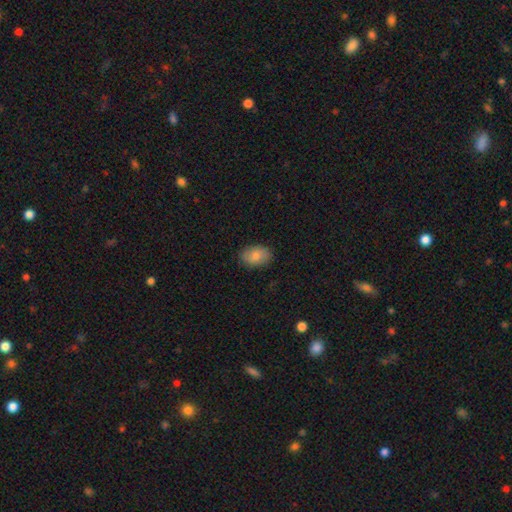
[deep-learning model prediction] Overall: smooth (81%). How rounded: in between (85%). Merging: none (84%).